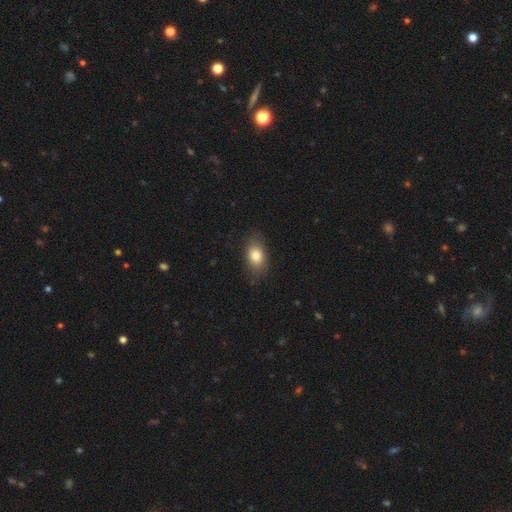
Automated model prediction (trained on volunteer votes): This is clearly a smooth galaxy (81%). How rounded: clearly in between (83%). Merging: clearly none (80%).